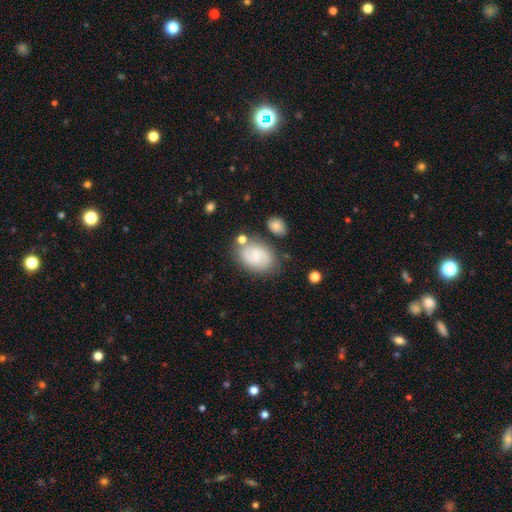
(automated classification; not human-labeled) The model was most divided on "smooth or featured": smooth: 51%, featured or disk: 41%, star or artifact: 8%. More confident: how rounded — in between (78%); merging — none (69%).